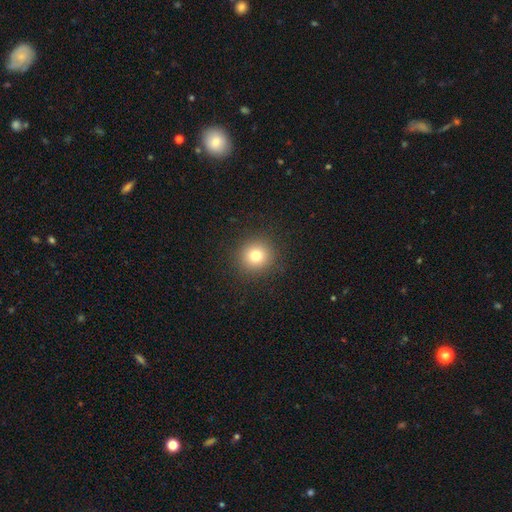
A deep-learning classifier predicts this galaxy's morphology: Smooth or featured? Predicted: smooth (p=0.79). How rounded? Predicted: round (p=0.93). Merging? Predicted: none (p=0.91).